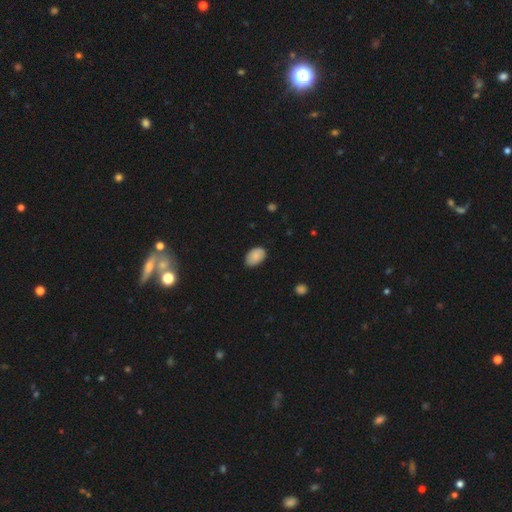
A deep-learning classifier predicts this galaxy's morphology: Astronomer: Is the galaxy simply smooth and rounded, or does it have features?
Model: smooth — 84%.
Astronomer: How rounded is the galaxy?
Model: in between — 89%.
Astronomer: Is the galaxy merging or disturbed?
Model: none — 79%.